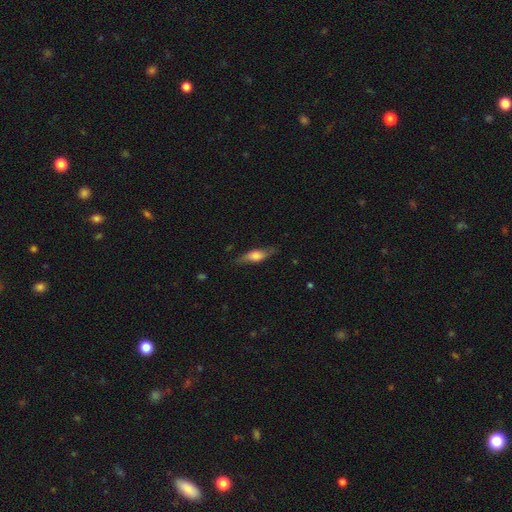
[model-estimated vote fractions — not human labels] A smooth galaxy with no disk features (47%, tied with featured or disk).

Vote fractions:
- Smooth or featured? smooth: 47% (tied) / featured or disk: 47% (tied) / star or artifact: 7%
- Merging? none: 76% / minor disturbance: 18% / major disturbance: 5% / merger: 1%